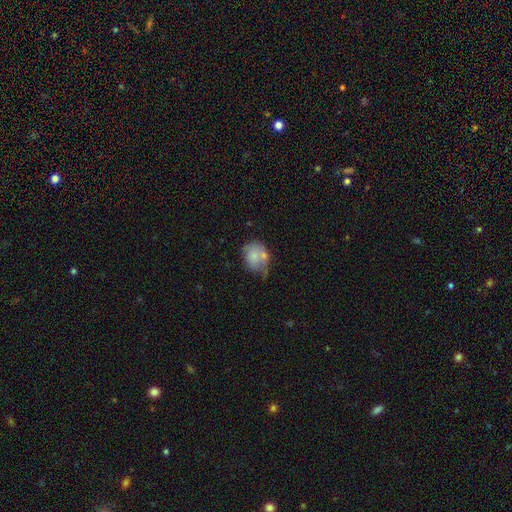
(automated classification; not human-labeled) Smooth or featured: smooth — 70% (featured or disk — 22%)
How rounded: round — 54% (in between — 45%)
Merging: none — 33% (minor disturbance — 28%)